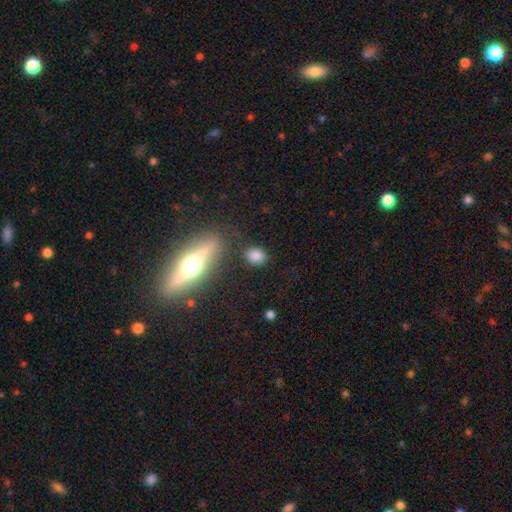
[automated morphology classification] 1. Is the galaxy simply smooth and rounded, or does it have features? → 80% smooth, 11% star or artifact, 9% featured or disk.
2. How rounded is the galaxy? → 57% in between, 40% round, 4% cigar-shaped.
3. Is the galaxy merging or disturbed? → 78% none, 13% minor disturbance, 5% merger, 5% major disturbance.